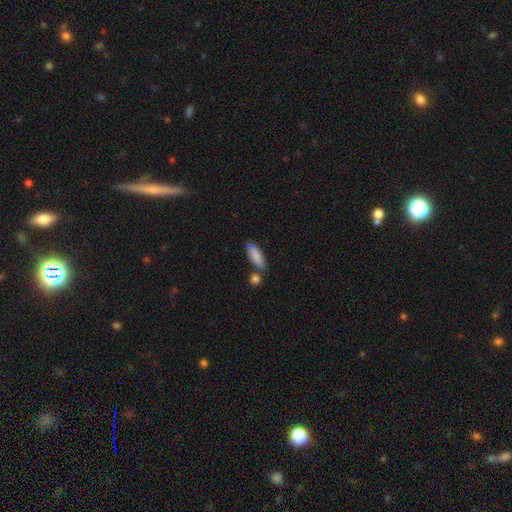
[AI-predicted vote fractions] Smooth or featured?
  - smooth: 82% *
  - featured or disk: 12%
  - star or artifact: 6%
How rounded?
  - in between: 69% *
  - cigar-shaped: 29%
  - round: 2%
Merging?
  - none: 62% *
  - minor disturbance: 18%
  - merger: 16%
  - major disturbance: 4%